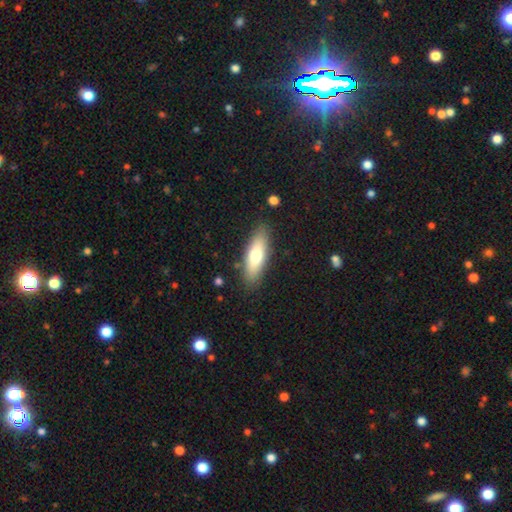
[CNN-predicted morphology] Overall: smooth (68%). How rounded: in between (54%; cigar-shaped 43%). Merging: none (85%).